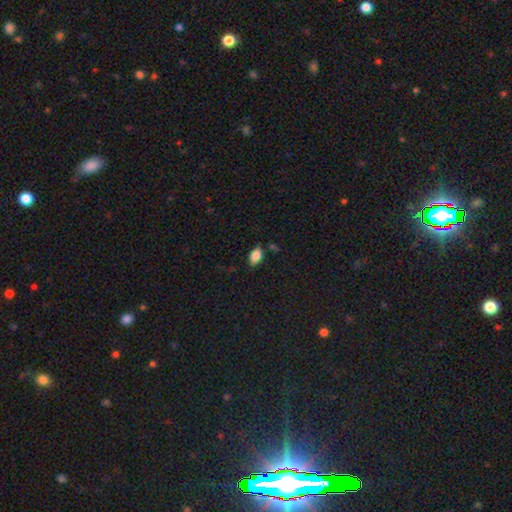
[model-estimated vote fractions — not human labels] smooth_or_featured: smooth (p=0.84) [alt: star or artifact p=0.08]
how_rounded: in between (p=0.91) [alt: round p=0.05]
merging: none (p=0.81) [alt: minor disturbance p=0.13]